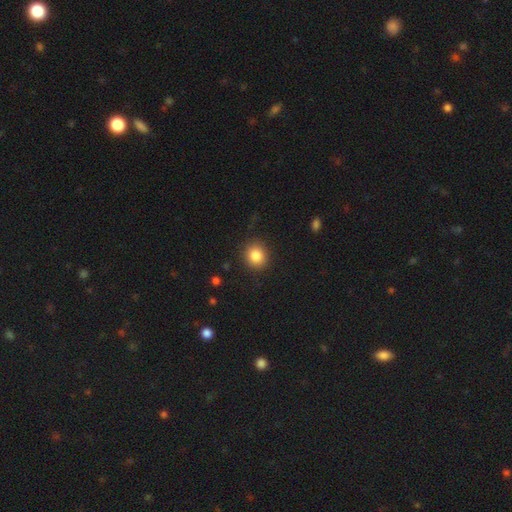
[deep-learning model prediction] smooth_or_featured: smooth (p=0.85) [alt: star or artifact p=0.10]
how_rounded: round (p=0.80) [alt: in between p=0.19]
merging: none (p=0.89) [alt: minor disturbance p=0.08]